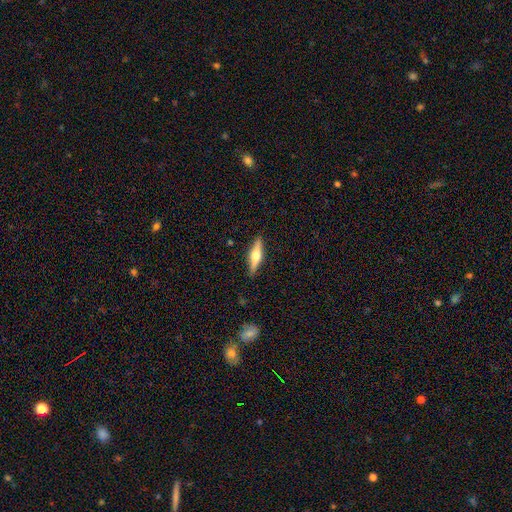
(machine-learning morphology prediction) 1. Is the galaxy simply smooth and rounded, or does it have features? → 59% featured or disk, 35% smooth, 6% star or artifact.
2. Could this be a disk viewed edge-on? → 96% yes, 4% no.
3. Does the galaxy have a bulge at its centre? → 93% rounded, 5% boxy, 2% none.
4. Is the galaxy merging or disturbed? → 89% none, 8% minor disturbance, 2% major disturbance, 1% merger.